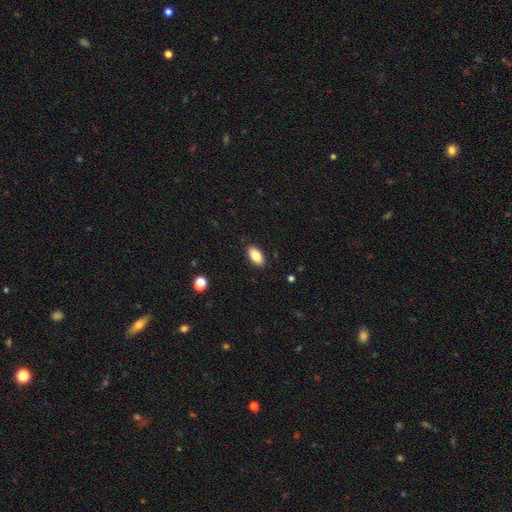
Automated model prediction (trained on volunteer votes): Overall: smooth (82%). How rounded: in between (91%). Merging: none (89%).